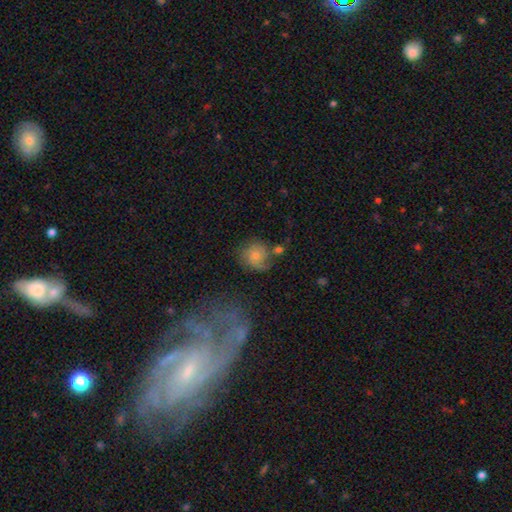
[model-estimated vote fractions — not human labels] Smooth or featured: smooth — 53% (featured or disk — 37%)
How rounded: round — 81% (in between — 18%)
Merging: none — 50% (minor disturbance — 22%)